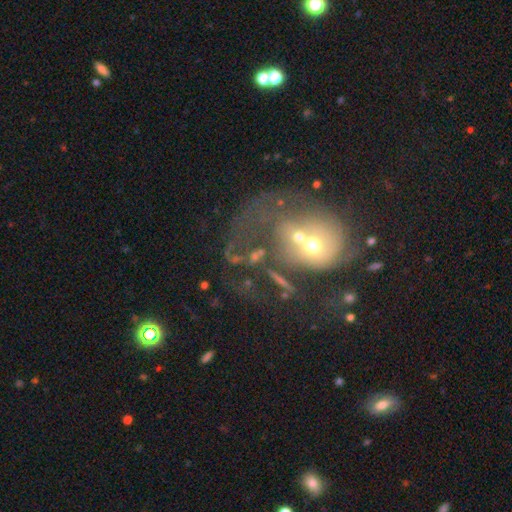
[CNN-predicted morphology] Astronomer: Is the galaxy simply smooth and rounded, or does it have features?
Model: featured or disk — 45% (runner-up: smooth, 35%).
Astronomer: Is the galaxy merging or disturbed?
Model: merger — 53%.